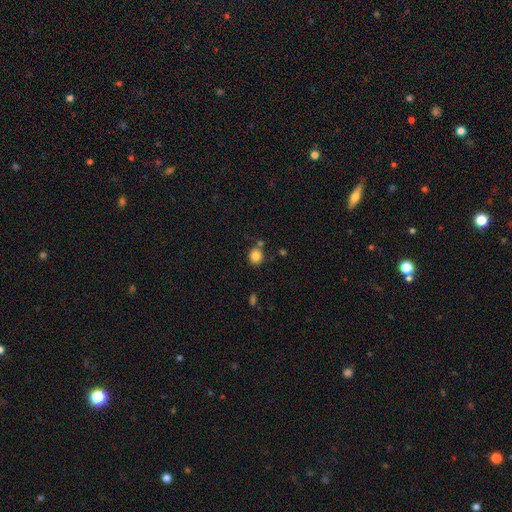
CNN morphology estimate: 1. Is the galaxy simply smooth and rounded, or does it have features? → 84% smooth, 10% star or artifact, 6% featured or disk.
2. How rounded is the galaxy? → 80% round, 20% in between, 1% cigar-shaped.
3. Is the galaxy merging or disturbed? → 72% none, 12% minor disturbance, 12% merger, 4% major disturbance.